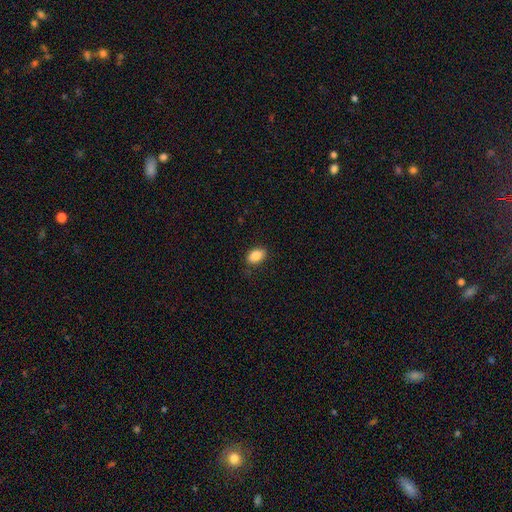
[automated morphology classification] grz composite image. It shows a smooth galaxy with no disk features (87%) that is in between round and cigar-shaped (88%). Merging: none (84%).